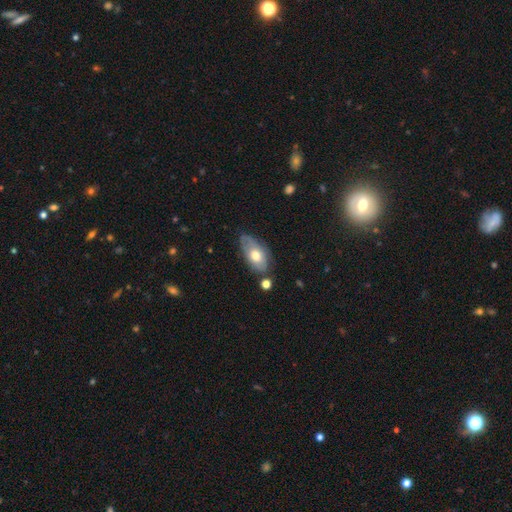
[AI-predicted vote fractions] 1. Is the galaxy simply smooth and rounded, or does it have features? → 55% smooth, 38% featured or disk, 7% star or artifact.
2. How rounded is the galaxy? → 91% in between, 5% round, 4% cigar-shaped.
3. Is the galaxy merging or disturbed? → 61% none, 27% minor disturbance, 7% major disturbance, 6% merger.